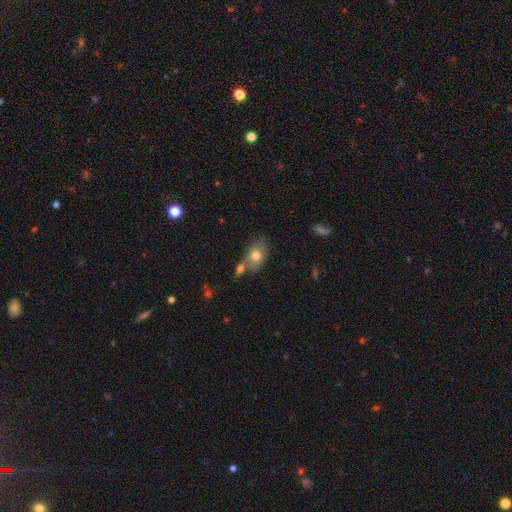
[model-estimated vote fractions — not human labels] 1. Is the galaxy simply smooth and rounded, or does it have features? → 74% smooth, 18% featured or disk, 8% star or artifact.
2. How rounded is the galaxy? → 81% in between, 17% round, 2% cigar-shaped.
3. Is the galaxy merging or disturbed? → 50% none, 30% merger, 15% minor disturbance, 5% major disturbance.